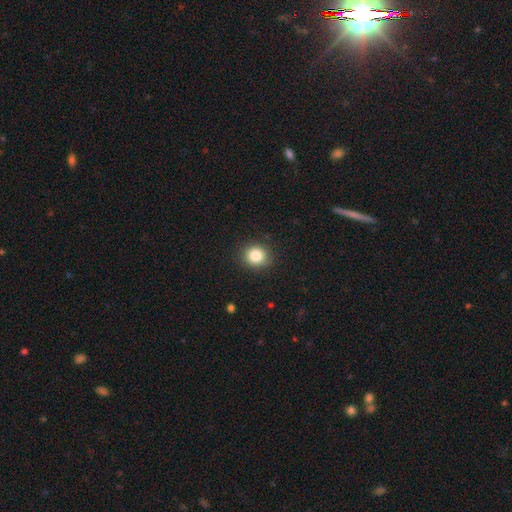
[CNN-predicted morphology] A smooth galaxy with no disk features (85%) that is round (84%).

Vote fractions:
- Smooth or featured? smooth: 85% / star or artifact: 10% / featured or disk: 5%
- How rounded? round: 84% / in between: 15% / cigar-shaped: 1%
- Merging? none: 88% / minor disturbance: 8% / major disturbance: 2% / merger: 1%